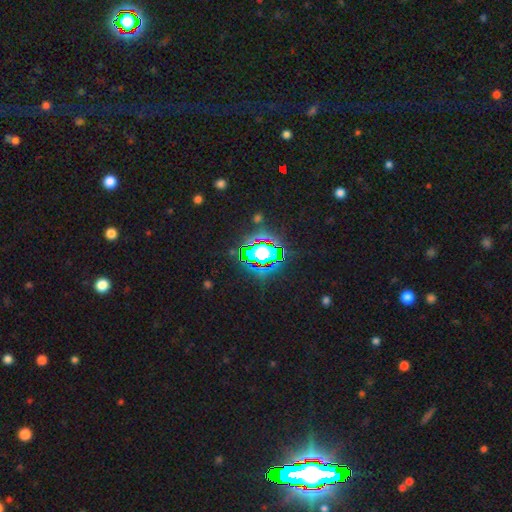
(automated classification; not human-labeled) Smooth or featured? star or artifact (84%)